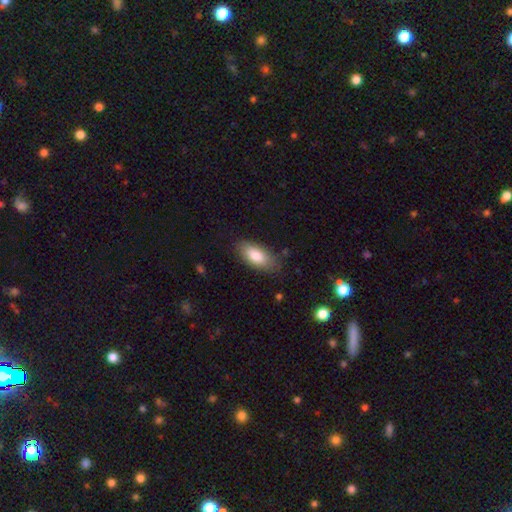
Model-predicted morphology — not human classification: Smooth or featured?
  - smooth: 82% *
  - featured or disk: 12%
  - star or artifact: 6%
How rounded?
  - in between: 88% *
  - cigar-shaped: 9%
  - round: 2%
Merging?
  - none: 79% *
  - minor disturbance: 16%
  - major disturbance: 4%
  - merger: 1%